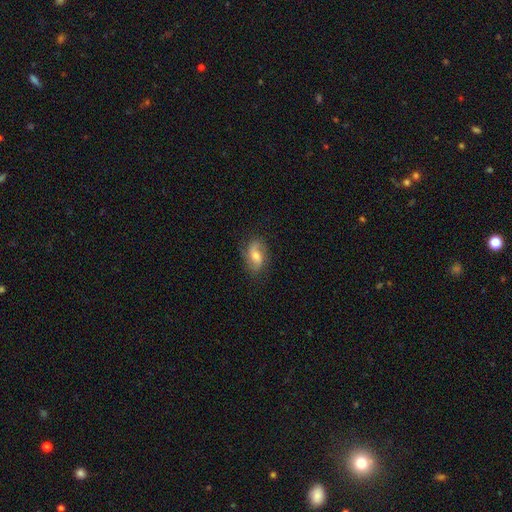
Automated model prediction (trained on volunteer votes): Morphology: type=featured or disk (62%); edge-on=no (94%); bar=no (46%); spiral arms=yes (90%); winding=loose (48%); arm count=2 (85%); bulge=moderate (62%); merging=none (77%).